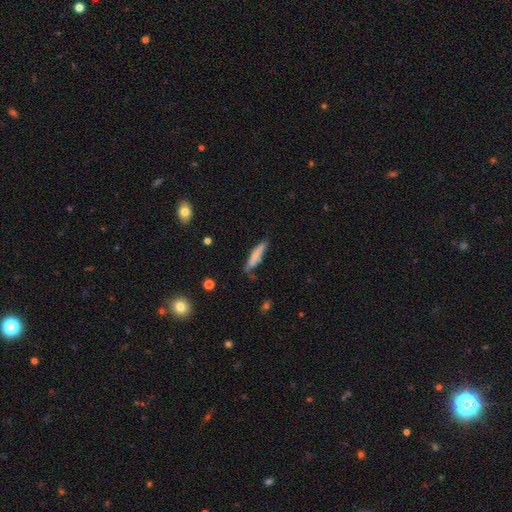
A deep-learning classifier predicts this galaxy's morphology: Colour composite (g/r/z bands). It shows a smooth galaxy with no disk features (68%) that is cigar-shaped (81%). Merging: none (56%).